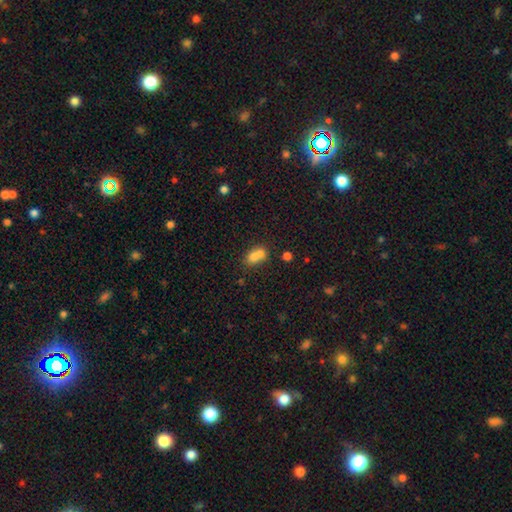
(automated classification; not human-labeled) A smooth galaxy with no disk features (72%) that is in between round and cigar-shaped (58%). Merging: merger (62%).